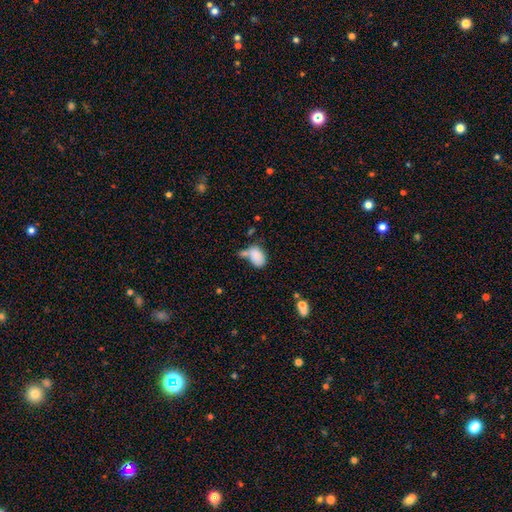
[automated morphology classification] The model was most divided on "merging": merger: 35%, none: 33%, minor disturbance: 21%, major disturbance: 11%. More confident: how rounded — in between (86%); smooth or featured — smooth (83%).